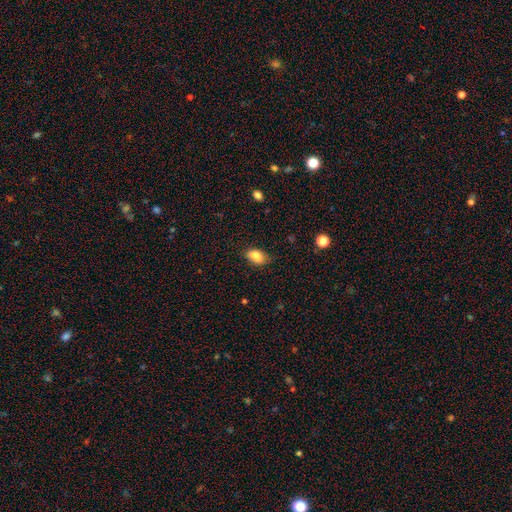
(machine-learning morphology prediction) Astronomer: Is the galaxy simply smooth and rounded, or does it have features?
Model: smooth — 85%.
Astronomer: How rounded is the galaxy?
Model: in between — 88%.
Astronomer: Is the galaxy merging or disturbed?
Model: none — 72%.